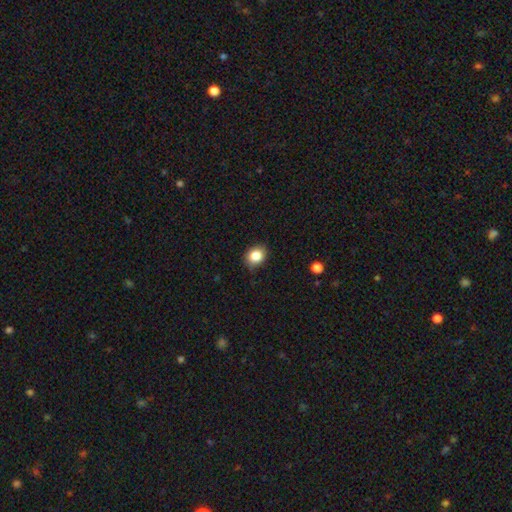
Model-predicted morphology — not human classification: This appears to be a smooth galaxy with no disk features (83%) that is round (63%). Merging: none (79%).